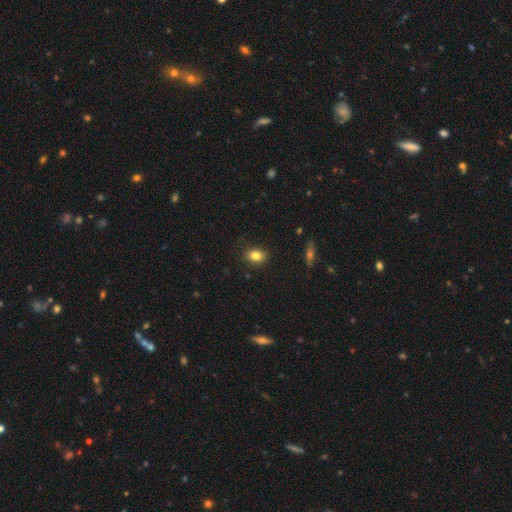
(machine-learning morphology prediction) Smooth or featured: smooth — 82% (star or artifact — 10%)
How rounded: in between — 66% (round — 33%)
Merging: none — 86% (minor disturbance — 10%)